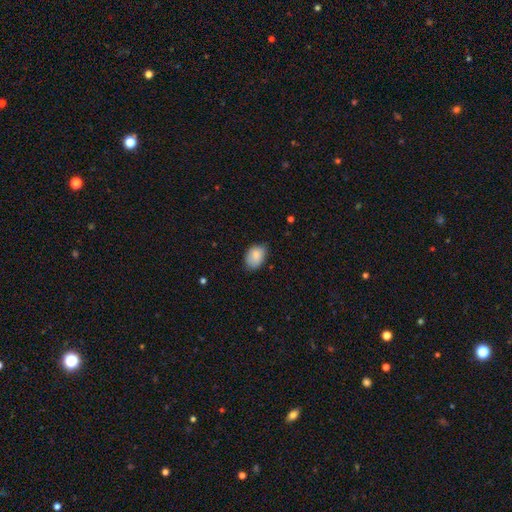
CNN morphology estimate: The model was most divided on "merging": none: 67%, minor disturbance: 28%, major disturbance: 4%, merger: 1%. More confident: smooth or featured — smooth (85%); how rounded — in between (83%).